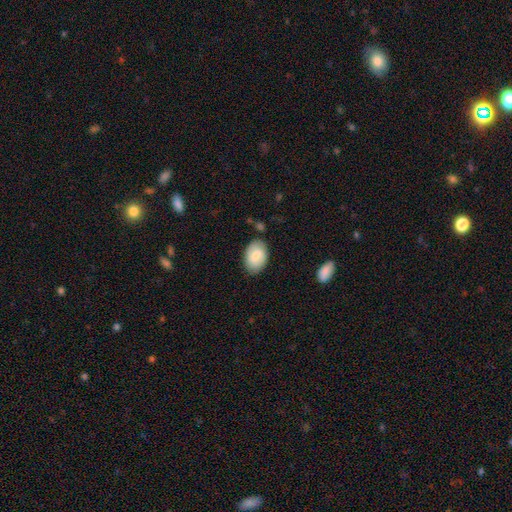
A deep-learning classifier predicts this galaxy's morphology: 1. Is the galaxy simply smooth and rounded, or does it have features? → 68% smooth, 25% featured or disk, 7% star or artifact.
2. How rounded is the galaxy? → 89% in between, 9% round, 1% cigar-shaped.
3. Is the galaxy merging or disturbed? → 77% none, 17% minor disturbance, 3% major disturbance, 2% merger.